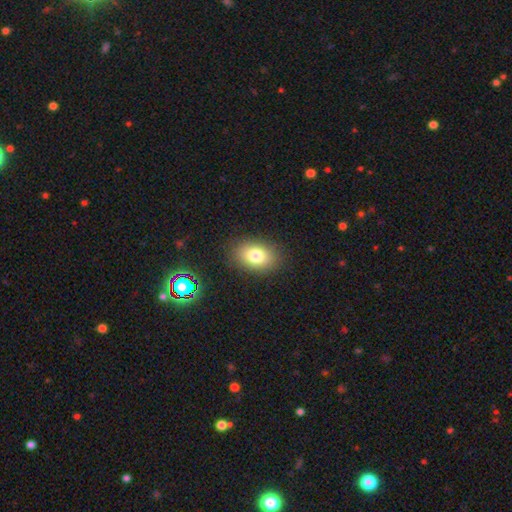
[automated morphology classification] smooth_or_featured: smooth (p=0.78) [alt: featured or disk p=0.11]
how_rounded: in between (p=0.79) [alt: round p=0.19]
merging: none (p=0.86) [alt: minor disturbance p=0.09]